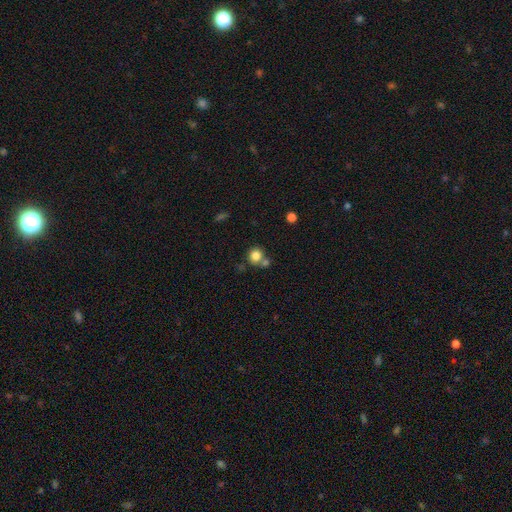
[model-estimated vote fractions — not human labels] Smooth or featured? Predicted: smooth (p=0.83). How rounded? Predicted: round (p=0.88). Merging? Predicted: none (p=0.60).